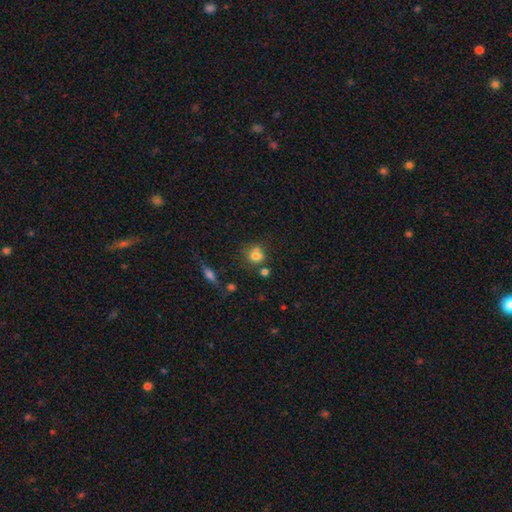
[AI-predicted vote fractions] Smooth or featured? Predicted: smooth (p=0.70). How rounded? Predicted: round (p=0.70). Merging? Predicted: none (p=0.42).